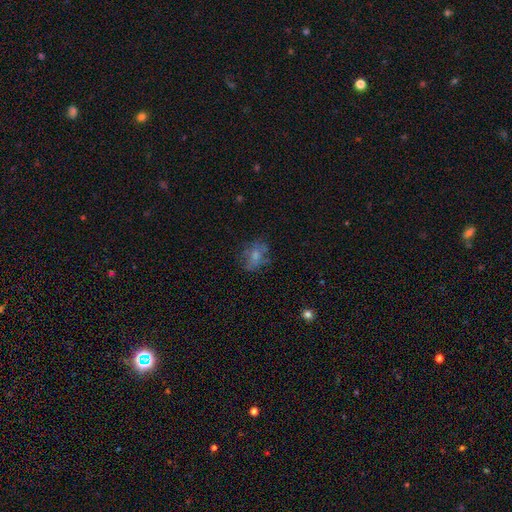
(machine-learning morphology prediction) smooth-or-featured: smooth: 58% | featured or disk: 30% | star or artifact: 12%
  how-rounded: in between: 59% | round: 39% | cigar-shaped: 1%
  merging: none: 62% | minor disturbance: 22% | major disturbance: 14% | merger: 2%